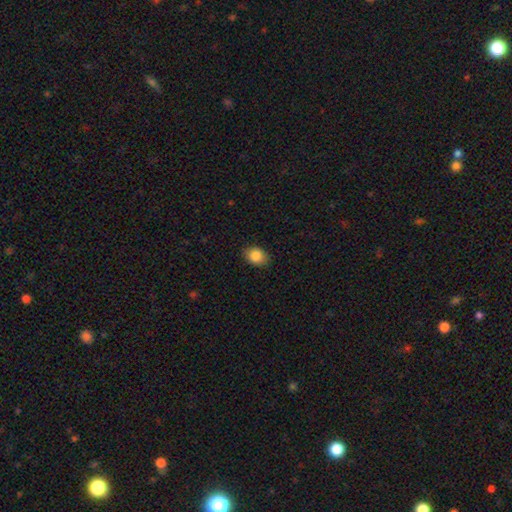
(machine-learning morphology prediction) type=smooth (87%); roundness=in between (67%); merging=none (86%).